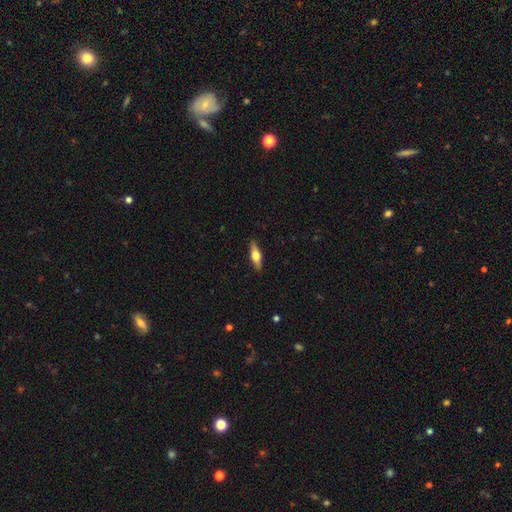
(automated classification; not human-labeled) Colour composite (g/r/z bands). It shows a featured or disk galaxy (49%). Merging: none (88%).